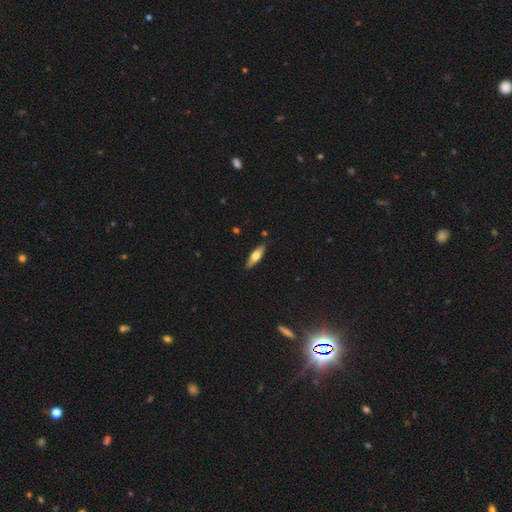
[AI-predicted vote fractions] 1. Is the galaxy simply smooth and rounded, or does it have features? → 56% smooth, 38% featured or disk, 6% star or artifact.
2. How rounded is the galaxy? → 59% cigar-shaped, 39% in between, 2% round.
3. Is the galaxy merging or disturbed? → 87% none, 9% minor disturbance, 2% major disturbance, 2% merger.